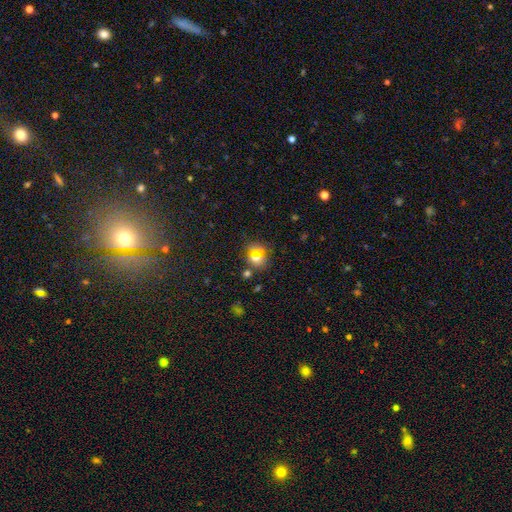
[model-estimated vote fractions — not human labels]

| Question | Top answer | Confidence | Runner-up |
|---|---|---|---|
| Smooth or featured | smooth | 61% | star or artifact (24%) |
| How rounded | round | 75% | in between (23%) |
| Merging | none | 67% | minor disturbance (16%) |